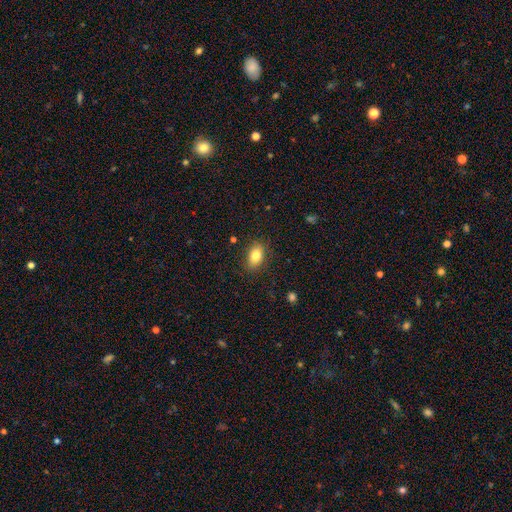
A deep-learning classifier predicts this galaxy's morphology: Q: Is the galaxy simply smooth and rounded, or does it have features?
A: smooth — 82%.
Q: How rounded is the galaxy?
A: in between — 87%.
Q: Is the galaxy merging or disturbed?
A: none — 85%.